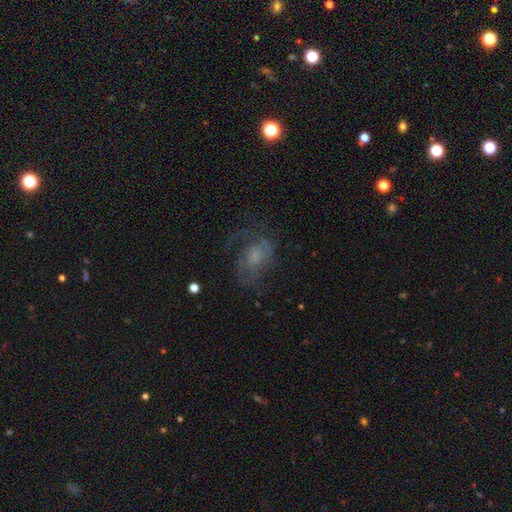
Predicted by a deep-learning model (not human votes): Smooth or featured? Predicted: featured or disk (p=0.56). Edge-on disk? Predicted: no (p=0.97). Bar? Predicted: no (p=0.68). Spiral arms? Predicted: yes (p=0.76). Bulge size? Predicted: moderate (p=0.32). Merging? Predicted: none (p=0.50).